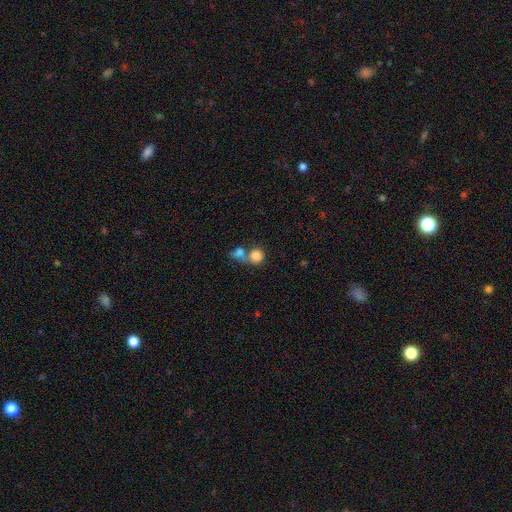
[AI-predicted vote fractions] A smooth galaxy with no disk features (81%) that is round (83%).

Vote fractions:
- Smooth or featured? smooth: 81% / featured or disk: 9% / star or artifact: 9%
- How rounded? round: 83% / in between: 16% / cigar-shaped: 1%
- Merging? merger: 52% / none: 34% / minor disturbance: 8% / major disturbance: 6%